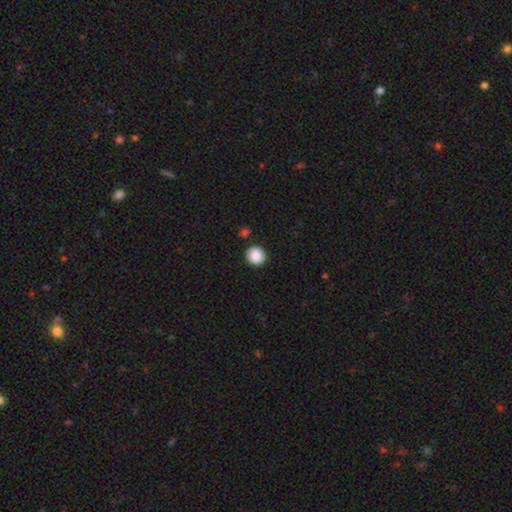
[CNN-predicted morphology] Smooth or featured?
  - smooth: 89% *
  - star or artifact: 8%
  - featured or disk: 3%
How rounded?
  - round: 88% *
  - in between: 12%
  - cigar-shaped: 1%
Merging?
  - none: 87% *
  - minor disturbance: 7%
  - merger: 3%
  - major disturbance: 2%